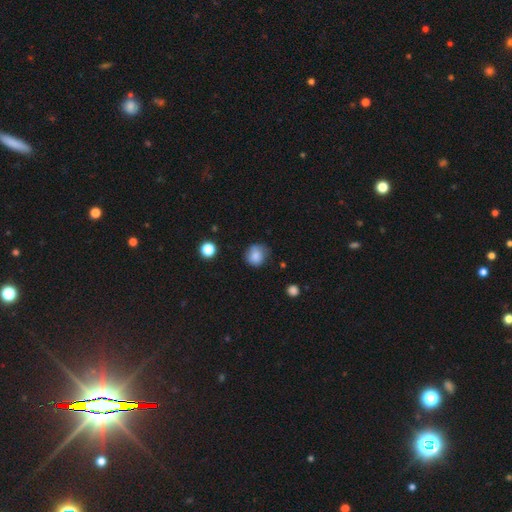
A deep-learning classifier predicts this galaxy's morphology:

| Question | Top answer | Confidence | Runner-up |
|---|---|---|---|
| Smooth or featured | smooth | 83% | star or artifact (9%) |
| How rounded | round | 82% | in between (17%) |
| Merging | none | 68% | minor disturbance (24%) |